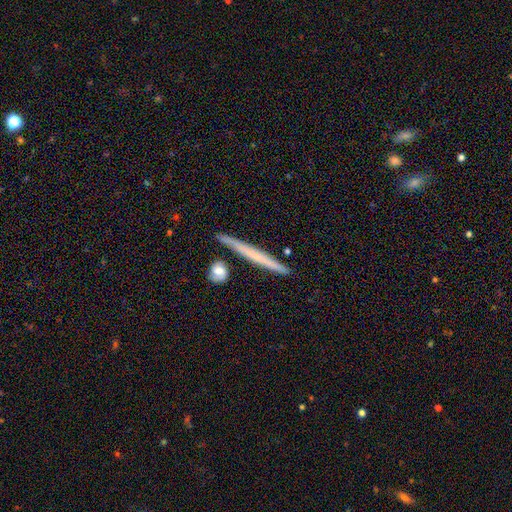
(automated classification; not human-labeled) smooth-or-featured: smooth: 50% | featured or disk: 43% | star or artifact: 7%
  merging: none: 86% | minor disturbance: 8% | merger: 4% | major disturbance: 2%